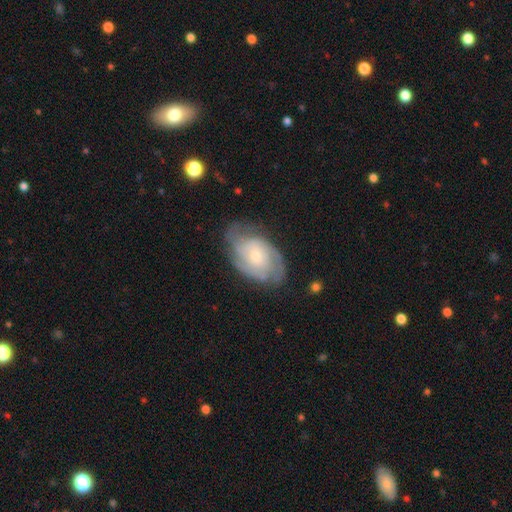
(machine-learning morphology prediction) smooth-or-featured: featured or disk: 75% | smooth: 19% | star or artifact: 6%
  disk-edge-on: no: 96% | yes: 4%
    bar: no: 71% | weak: 25% | strong: 4%
    has-spiral-arms: yes: 91% | no: 9%
      spiral-winding: tight: 54% | medium: 35% | loose: 11%
      spiral-arm-count: 2: 36% | can't tell: 34% | 3: 17% | 4: 6% | 1: 4% | more than 4: 4%
    bulge-size: small: 60% | moderate: 34% | large: 3% | none: 2% | dominant: 1%
  merging: none: 66% | minor disturbance: 23% | major disturbance: 9% | merger: 2%